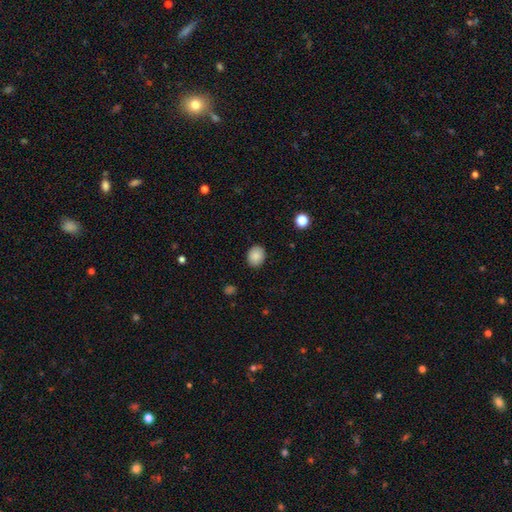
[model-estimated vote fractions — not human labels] This is clearly a smooth galaxy (88%). How rounded: possibly round (57%). Merging: clearly none (88%).